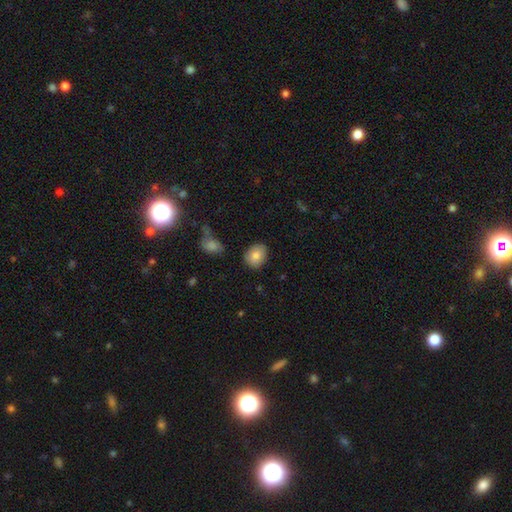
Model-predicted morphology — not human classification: This is clearly a smooth galaxy (84%). How rounded: possibly in between (53%). Merging: clearly none (83%).